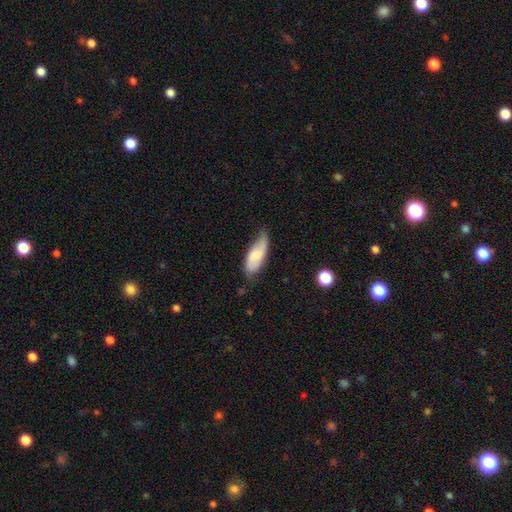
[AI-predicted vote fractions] Smooth or featured? Predicted: smooth (p=0.69). How rounded? Predicted: in between (p=0.78). Merging? Predicted: none (p=0.48).